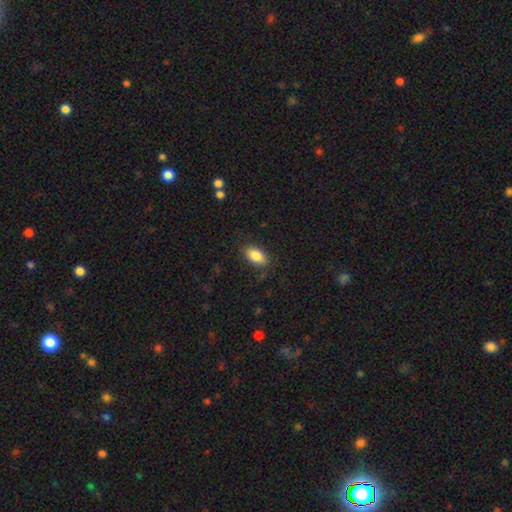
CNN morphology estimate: smooth 84%, featured or disk 9%, star or artifact 8%. Down the decision tree: how rounded — in between (90%); merging — none (84%).